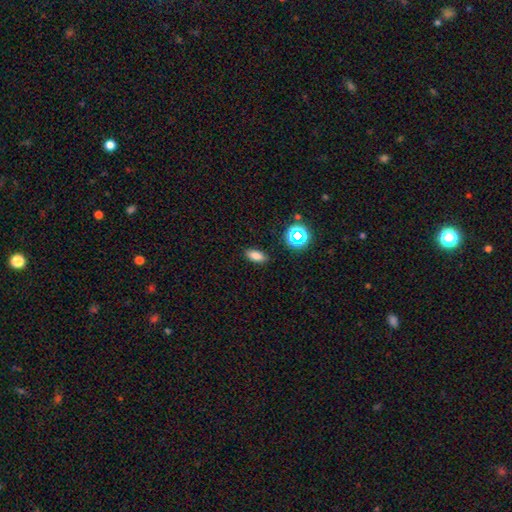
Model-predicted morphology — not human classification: This is likely a smooth galaxy (78%). How rounded: clearly in between (82%). Merging: clearly none (88%).